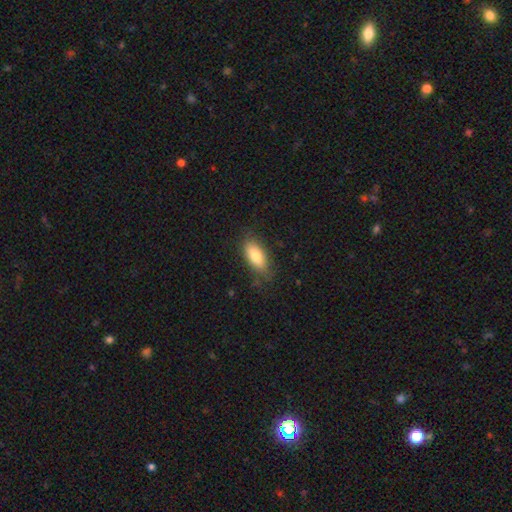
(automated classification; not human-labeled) A smooth galaxy with no disk features (79%) that is in between round and cigar-shaped (84%). Merging: none (76%).